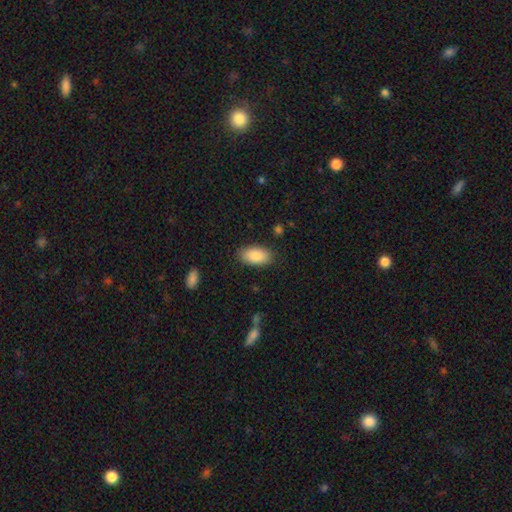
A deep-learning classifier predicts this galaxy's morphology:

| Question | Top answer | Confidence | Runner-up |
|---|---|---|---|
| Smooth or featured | smooth | 86% | featured or disk (7%) |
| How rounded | in between | 94% | round (3%) |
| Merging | none | 85% | minor disturbance (11%) |